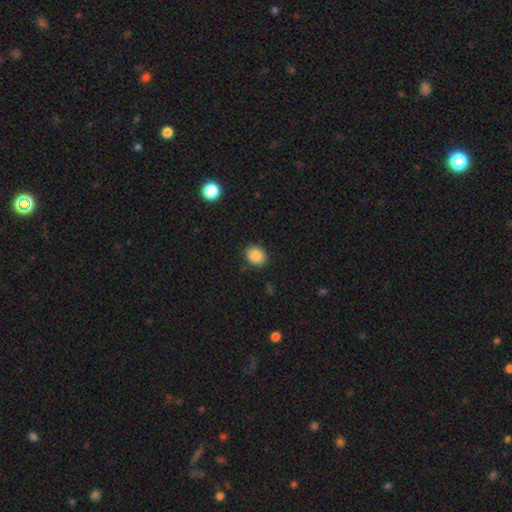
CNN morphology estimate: Smooth or featured? smooth (87%)
How rounded? round (53%)
Merging? none (87%)